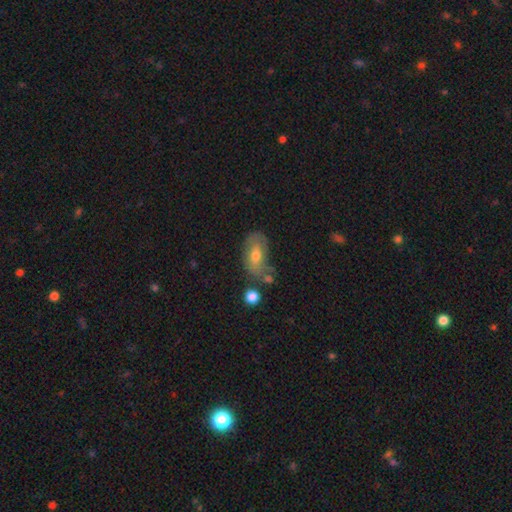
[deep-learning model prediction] smooth 49%, featured or disk 42%, star or artifact 9%. Down the decision tree: merging — none (53%).